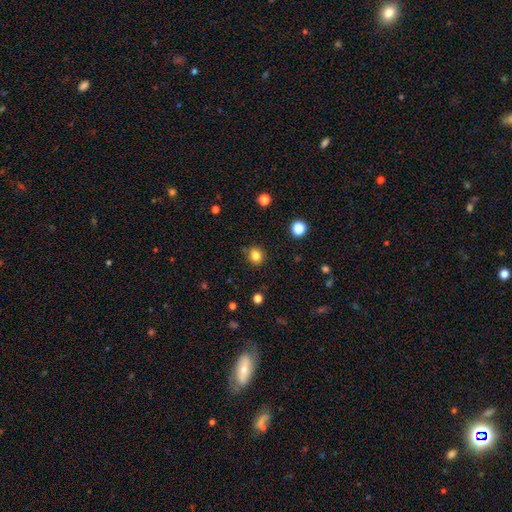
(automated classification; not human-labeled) Morphology: type=smooth (82%); roundness=round (88%); merging=none (88%).